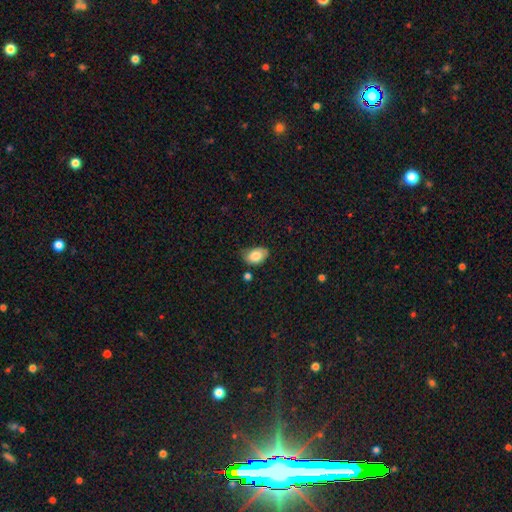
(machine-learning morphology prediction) smooth 81%, featured or disk 12%, star or artifact 7%. Down the decision tree: how rounded — in between (87%); merging — none (58%).